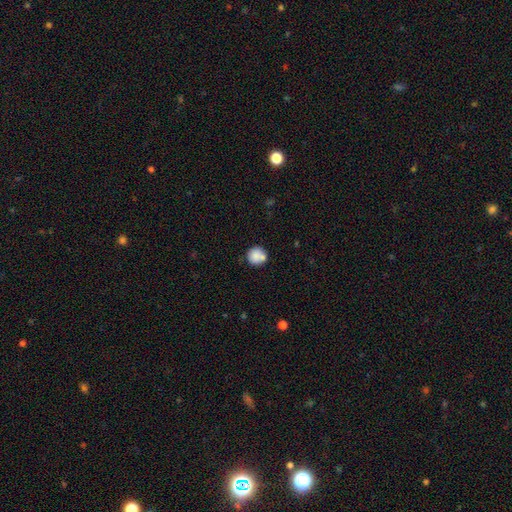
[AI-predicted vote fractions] smooth 82%, featured or disk 10%, star or artifact 8%. Down the decision tree: how rounded — round (92%); merging — none (65%).